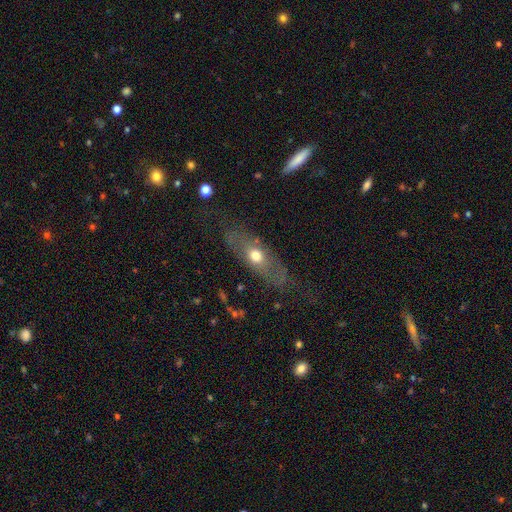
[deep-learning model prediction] Smooth or featured?
  - featured or disk: 47% *
  - smooth: 44%
  - star or artifact: 9%
Merging?
  - none: 71% *
  - minor disturbance: 17%
  - major disturbance: 10%
  - merger: 2%